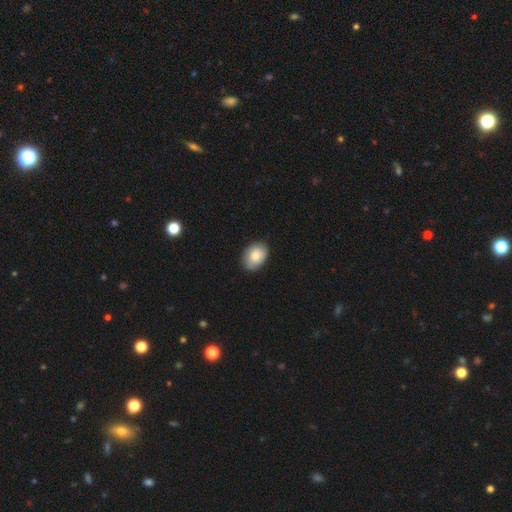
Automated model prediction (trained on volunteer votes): Smooth or featured: smooth — 83% (featured or disk — 10%)
How rounded: in between — 76% (round — 24%)
Merging: none — 85% (minor disturbance — 12%)